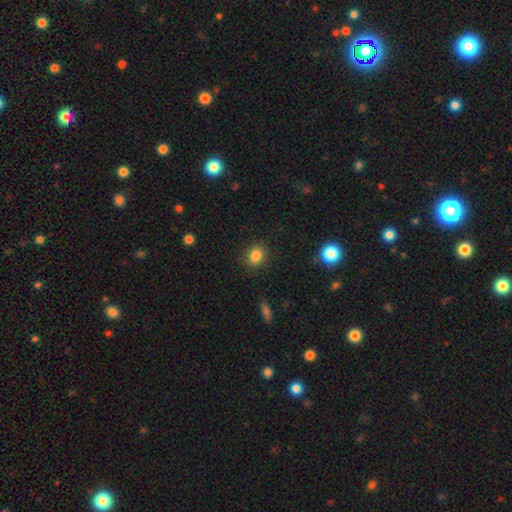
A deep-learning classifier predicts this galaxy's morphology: Smooth or featured? smooth (84%)
How rounded? round (55%)
Merging? none (88%)